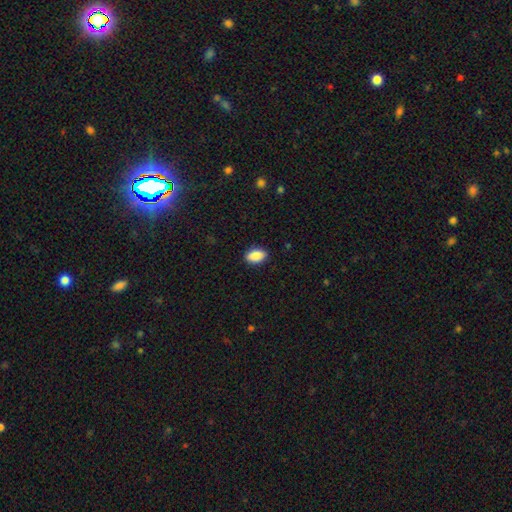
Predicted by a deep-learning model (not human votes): Smooth or featured?
  - smooth: 90% *
  - star or artifact: 7%
  - featured or disk: 4%
How rounded?
  - in between: 91% *
  - round: 7%
  - cigar-shaped: 2%
Merging?
  - none: 88% *
  - minor disturbance: 9%
  - major disturbance: 2%
  - merger: 1%